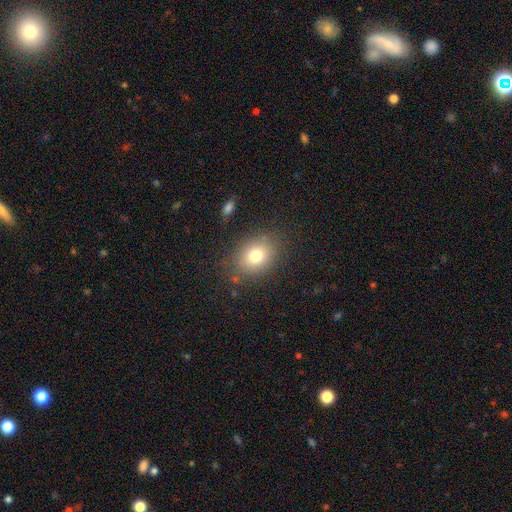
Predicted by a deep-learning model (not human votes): A smooth galaxy with no disk features (77%) that is in between round and cigar-shaped (55%).

Vote fractions:
- Smooth or featured? smooth: 77% / star or artifact: 12% / featured or disk: 11%
- How rounded? in between: 55% / round: 44% / cigar-shaped: 1%
- Merging? none: 81% / minor disturbance: 12% / major disturbance: 5% / merger: 2%